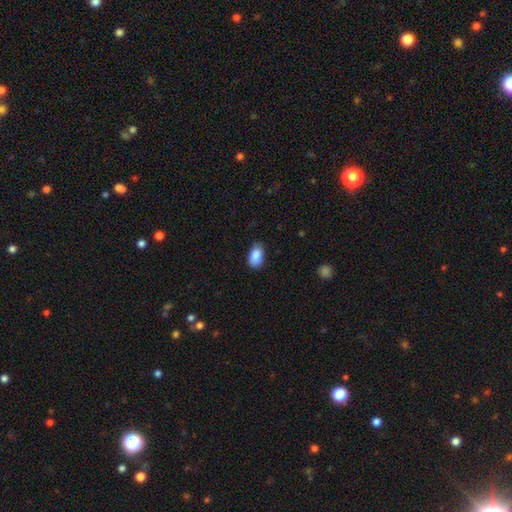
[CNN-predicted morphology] smooth 86%, star or artifact 7%, featured or disk 6%. Down the decision tree: how rounded — in between (91%); merging — none (79%).